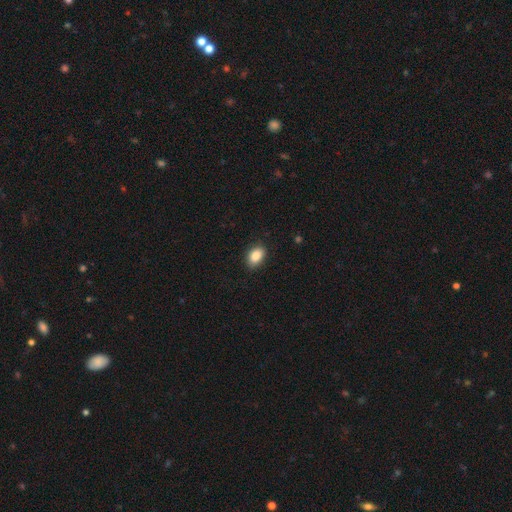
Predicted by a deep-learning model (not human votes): This is clearly a smooth galaxy (87%). How rounded: clearly in between (85%). Merging: clearly none (86%).